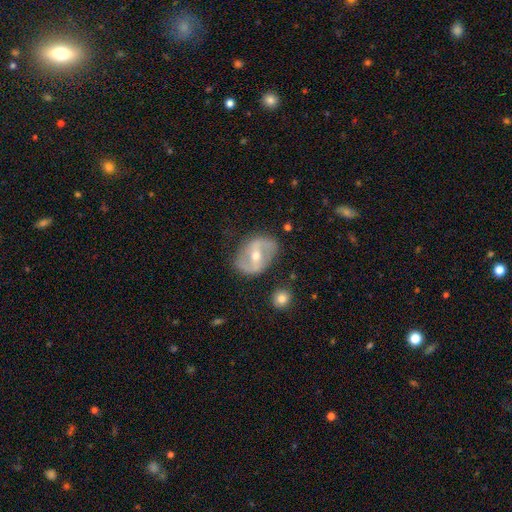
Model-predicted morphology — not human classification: A featured or disk galaxy (78%) with a strong bar (41%), 2 (88%) medium (43%) spiral arms (79%) and a moderate central bulge (65%).

Vote fractions:
- Smooth or featured? featured or disk: 78% / smooth: 16% / star or artifact: 5%
- Edge-on disk? no: 96% / yes: 4%
- Bar? strong: 41% / weak: 40% / no: 19%
- Spiral arms? yes: 79% / no: 21%
- Spiral winding? medium: 43% / loose: 38% / tight: 19%
- Spiral arm count? 2: 88% / can't tell: 7% / 1: 2% / 3: 1% / 4: 1% / more than 4: 1%
- Bulge size? moderate: 65% / small: 30% / large: 2% / none: 1% / dominant: 1%
- Merging? none: 78% / minor disturbance: 15% / major disturbance: 5% / merger: 2%